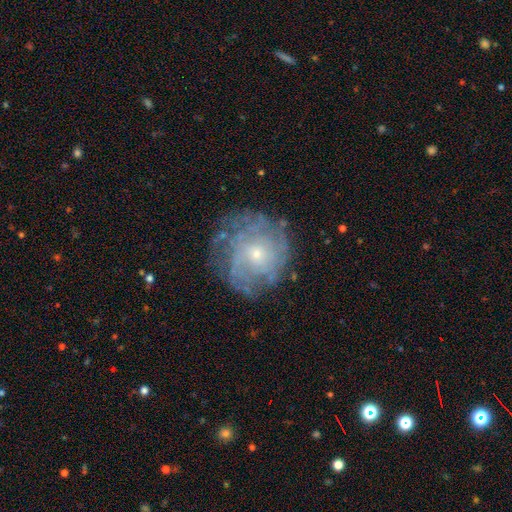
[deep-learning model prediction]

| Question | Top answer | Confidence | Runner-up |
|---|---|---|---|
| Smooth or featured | featured or disk | 70% | smooth (19%) |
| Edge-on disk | no | 97% | yes (3%) |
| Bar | no | 80% | weak (16%) |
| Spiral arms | yes | 80% | no (20%) |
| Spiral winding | tight | 66% | medium (24%) |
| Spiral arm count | can't tell | 58% | 4 (11%) |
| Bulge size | small | 71% | moderate (25%) |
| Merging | none | 73% | minor disturbance (16%) |